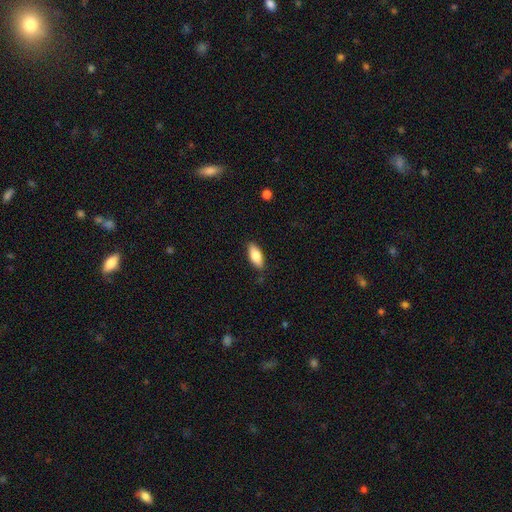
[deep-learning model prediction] Q: Smooth or featured?
A: smooth (79%); runner-up: featured or disk (15%)
Q: How rounded?
A: in between (80%); runner-up: cigar-shaped (18%)
Q: Merging?
A: none (84%); runner-up: minor disturbance (12%)